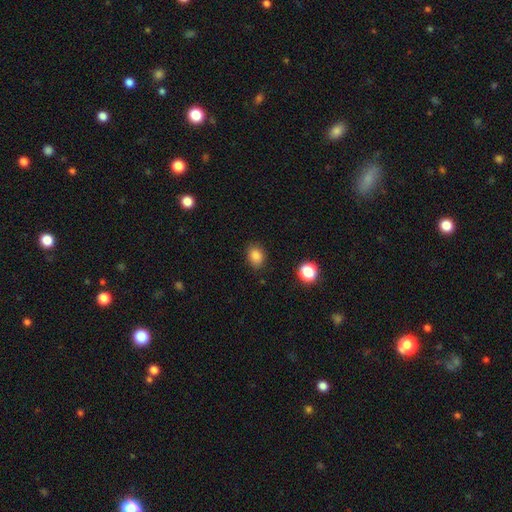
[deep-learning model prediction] Q: Smooth or featured?
A: smooth (84%); runner-up: star or artifact (11%)
Q: How rounded?
A: in between (59%); runner-up: round (40%)
Q: Merging?
A: none (83%); runner-up: minor disturbance (12%)